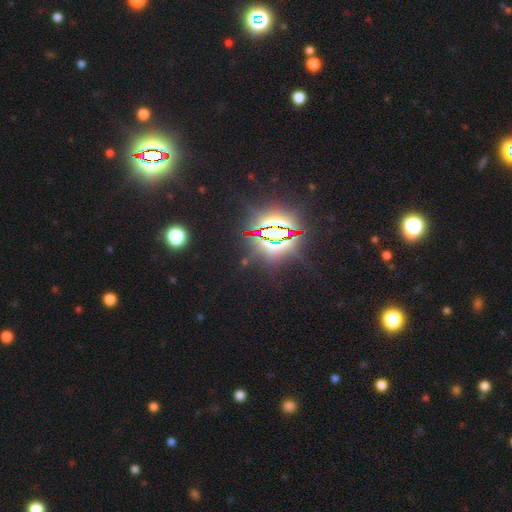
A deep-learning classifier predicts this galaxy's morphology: type=star or artifact (84%).